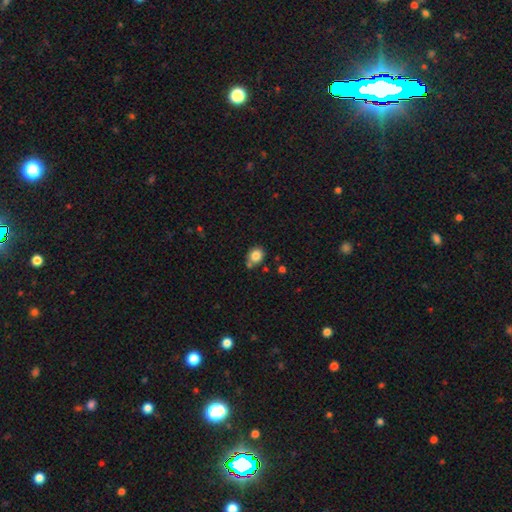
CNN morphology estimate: A smooth galaxy with no disk features (83%) that is round (63%). Merging: none (66%).